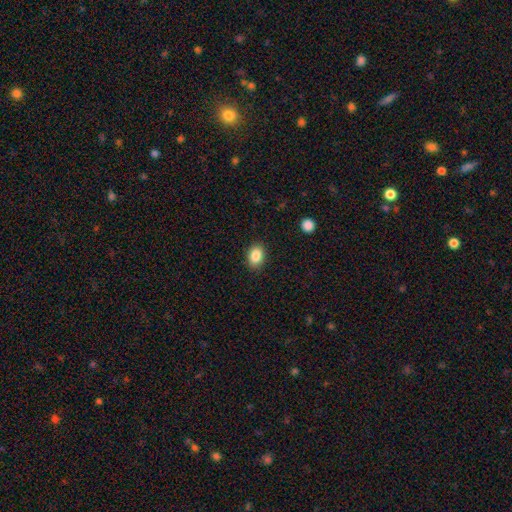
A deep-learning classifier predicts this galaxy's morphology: smooth_or_featured: smooth (p=0.86) [alt: star or artifact p=0.08]
how_rounded: in between (p=0.73) [alt: round p=0.26]
merging: none (p=0.88) [alt: minor disturbance p=0.09]